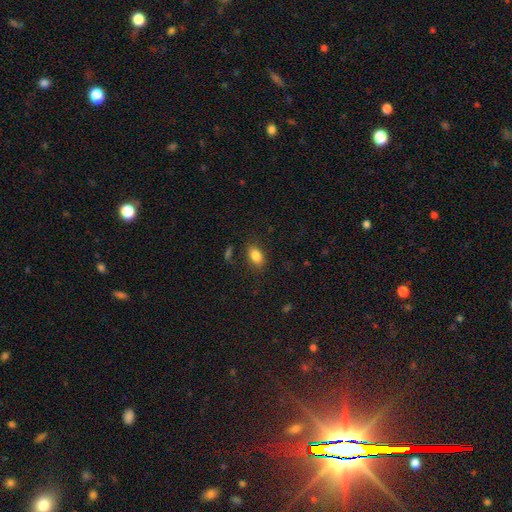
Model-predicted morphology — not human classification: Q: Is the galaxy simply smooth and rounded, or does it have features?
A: smooth — 85%.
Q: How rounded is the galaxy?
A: in between — 87%.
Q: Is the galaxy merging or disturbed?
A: none — 82%.